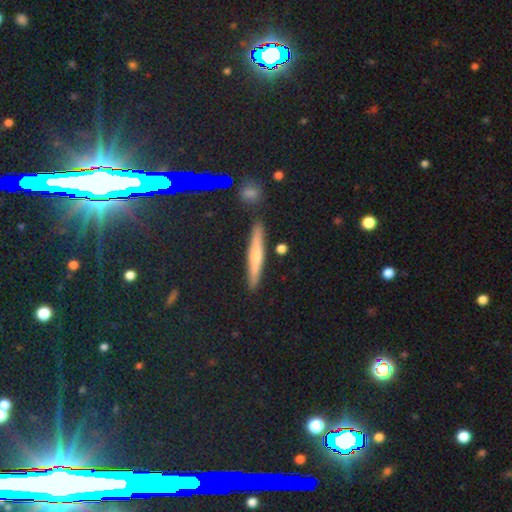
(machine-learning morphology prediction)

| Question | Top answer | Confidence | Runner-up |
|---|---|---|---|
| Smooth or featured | featured or disk | 43% | star or artifact (31%) |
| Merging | none | 86% | minor disturbance (9%) |